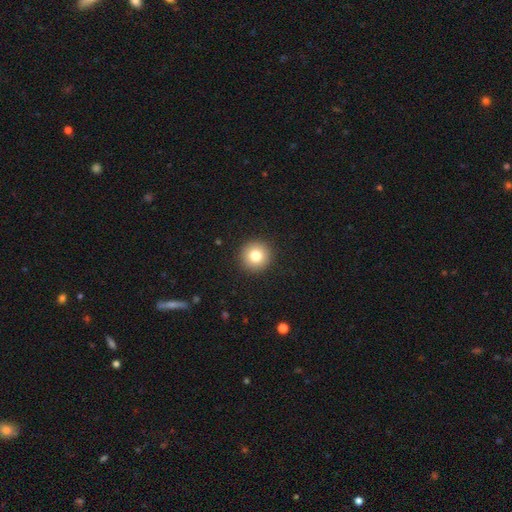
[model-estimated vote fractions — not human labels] A smooth galaxy with no disk features (81%) that is round (95%).

Vote fractions:
- Smooth or featured? smooth: 81% / star or artifact: 10% / featured or disk: 9%
- How rounded? round: 95% / in between: 4% / cigar-shaped: 1%
- Merging? none: 93% / minor disturbance: 5% / major disturbance: 2% / merger: 1%